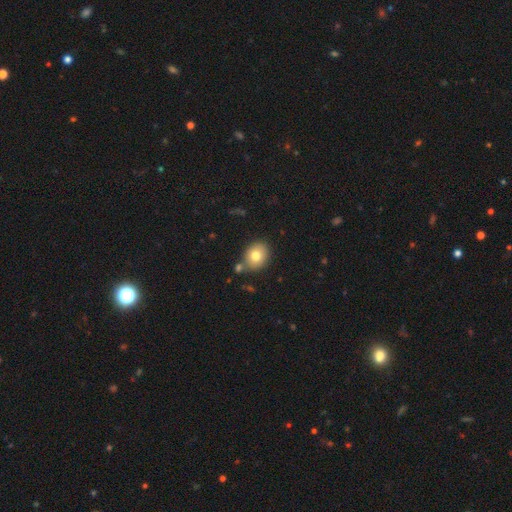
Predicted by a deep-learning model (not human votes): smooth_or_featured: smooth (p=0.78) [alt: featured or disk p=0.12]
how_rounded: round (p=0.51) [alt: in between p=0.48]
merging: none (p=0.76) [alt: minor disturbance p=0.12]